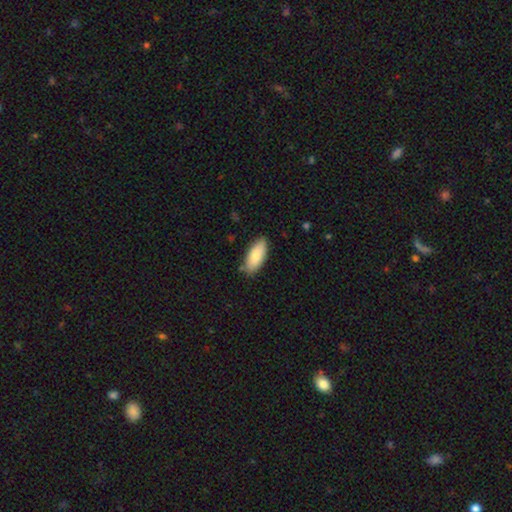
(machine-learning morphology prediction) This is clearly a smooth galaxy (83%). How rounded: clearly in between (85%). Merging: clearly none (82%).